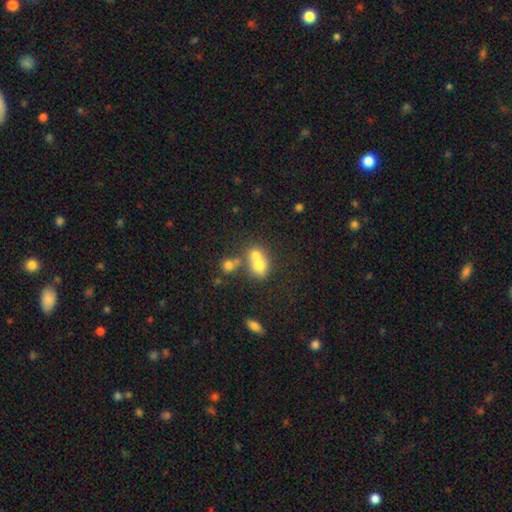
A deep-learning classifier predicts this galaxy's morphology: smooth_or_featured: smooth (p=0.67) [alt: featured or disk p=0.20]
how_rounded: round (p=0.63) [alt: in between p=0.36]
merging: merger (p=0.63) [alt: none p=0.27]